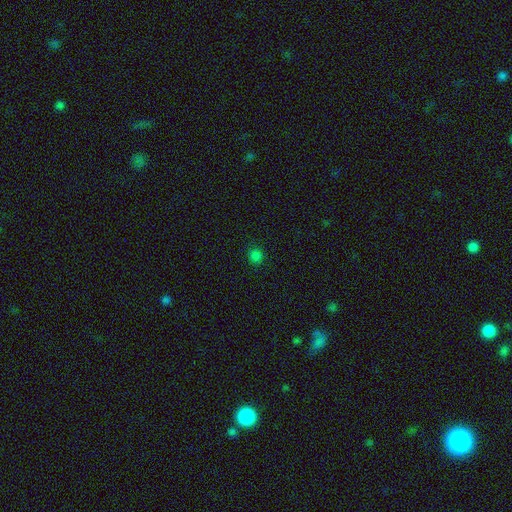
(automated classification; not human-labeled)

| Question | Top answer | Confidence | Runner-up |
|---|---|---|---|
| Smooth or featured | smooth | 79% | star or artifact (17%) |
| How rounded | round | 87% | in between (12%) |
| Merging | none | 89% | minor disturbance (8%) |